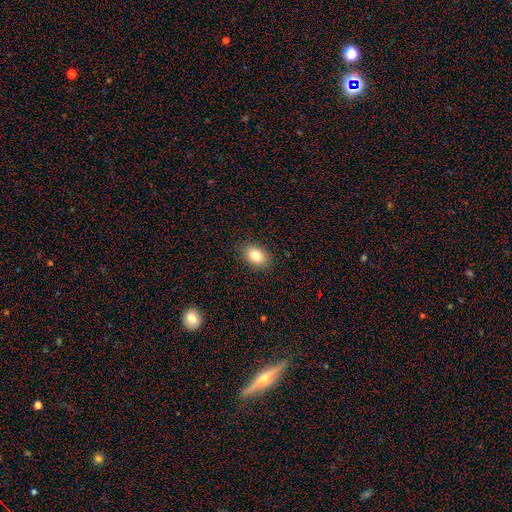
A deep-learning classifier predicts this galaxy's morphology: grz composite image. It shows a smooth galaxy with no disk features (83%) that is in between round and cigar-shaped (81%). Merging: none (88%).